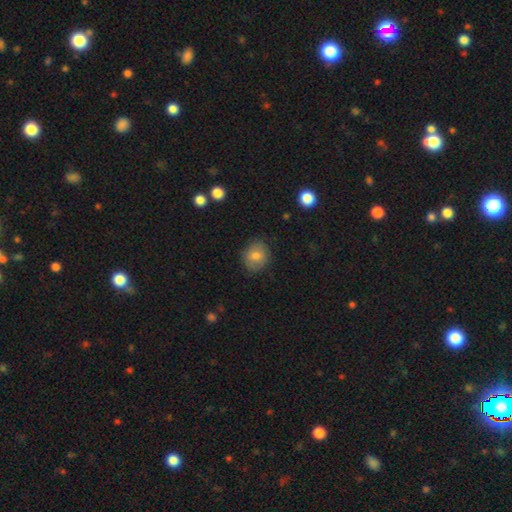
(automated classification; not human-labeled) Morphology: type=smooth (76%); roundness=round (69%); merging=none (83%).